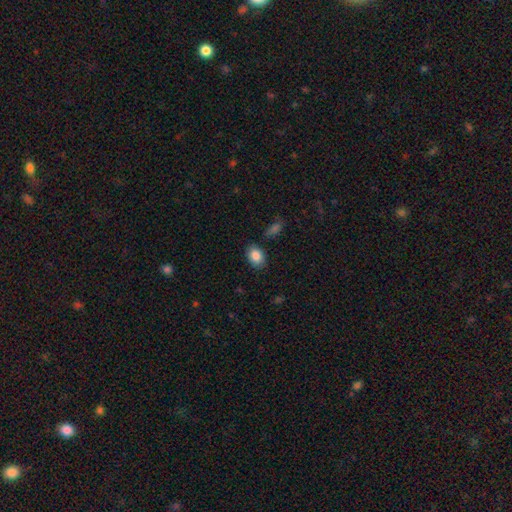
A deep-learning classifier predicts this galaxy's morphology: smooth_or_featured: smooth (p=0.86) [alt: star or artifact p=0.08]
how_rounded: in between (p=0.70) [alt: round p=0.28]
merging: none (p=0.83) [alt: minor disturbance p=0.11]